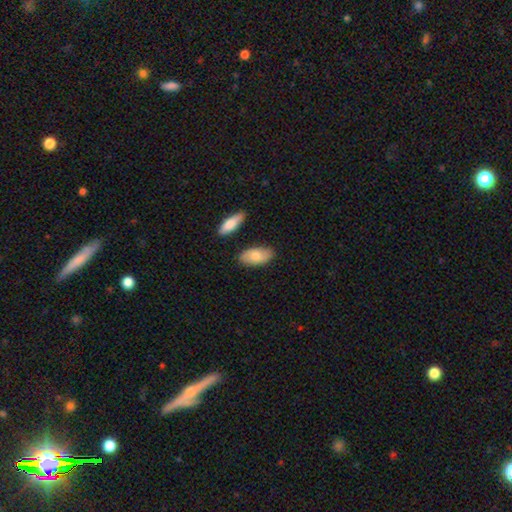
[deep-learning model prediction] This appears to be a smooth galaxy with no disk features (76%) that is in between round and cigar-shaped (93%). Merging: none (79%).